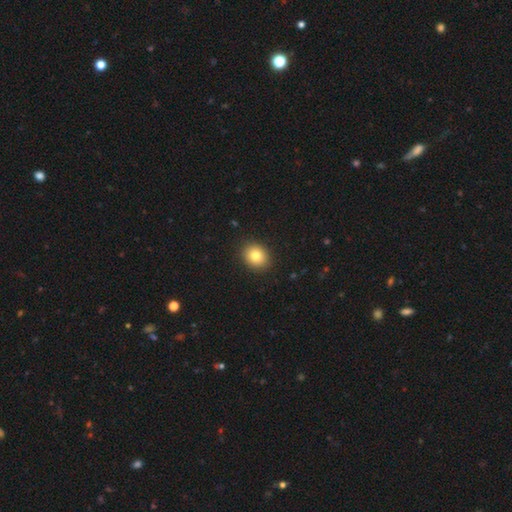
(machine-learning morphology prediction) Smooth or featured? Predicted: smooth (p=0.81). How rounded? Predicted: round (p=0.62). Merging? Predicted: none (p=0.90).